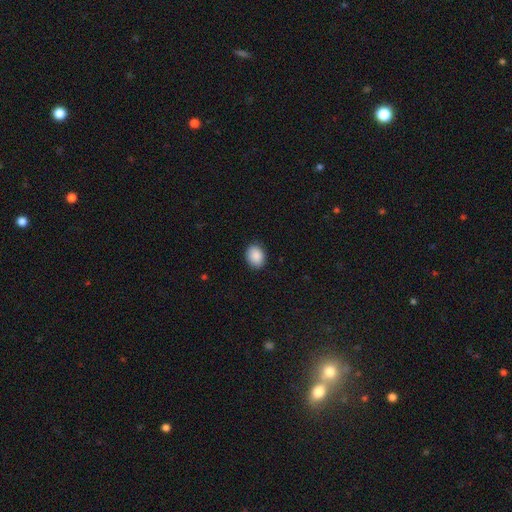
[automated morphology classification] smooth_or_featured: smooth (p=0.89) [alt: star or artifact p=0.07]
how_rounded: in between (p=0.56) [alt: round p=0.43]
merging: none (p=0.88) [alt: minor disturbance p=0.09]